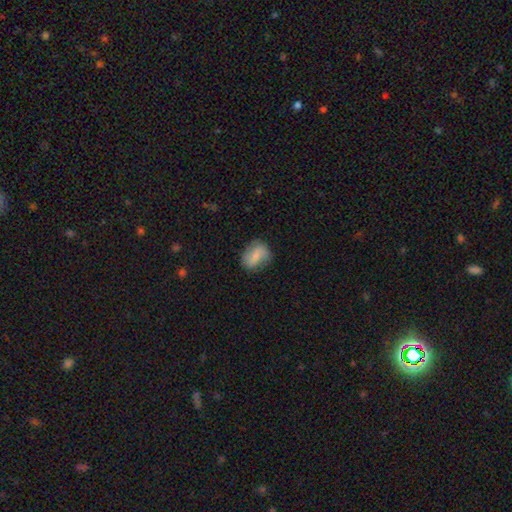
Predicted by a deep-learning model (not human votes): smooth-or-featured: smooth: 59% | featured or disk: 33% | star or artifact: 8%
  how-rounded: in between: 59% | round: 39% | cigar-shaped: 2%
  merging: none: 68% | minor disturbance: 23% | major disturbance: 8% | merger: 2%